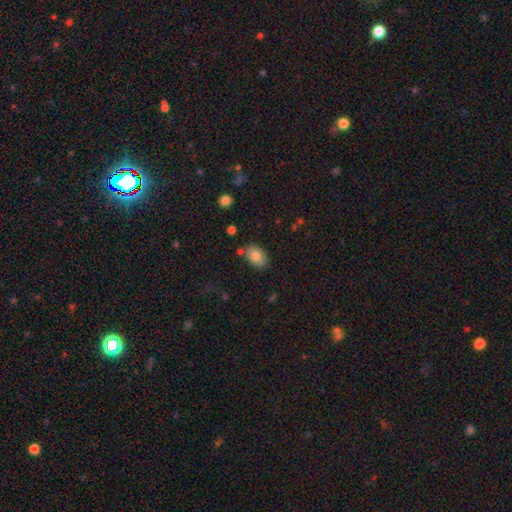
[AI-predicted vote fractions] Overall: smooth (83%). How rounded: in between (87%). Merging: none (79%).